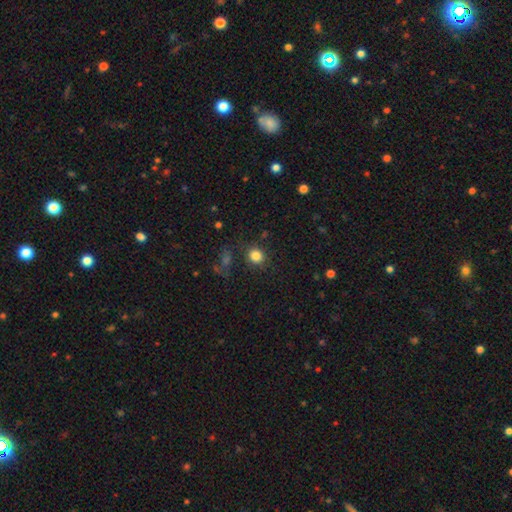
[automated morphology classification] smooth_or_featured: smooth (p=0.84) [alt: star or artifact p=0.11]
how_rounded: round (p=0.79) [alt: in between p=0.20]
merging: none (p=0.81) [alt: minor disturbance p=0.11]